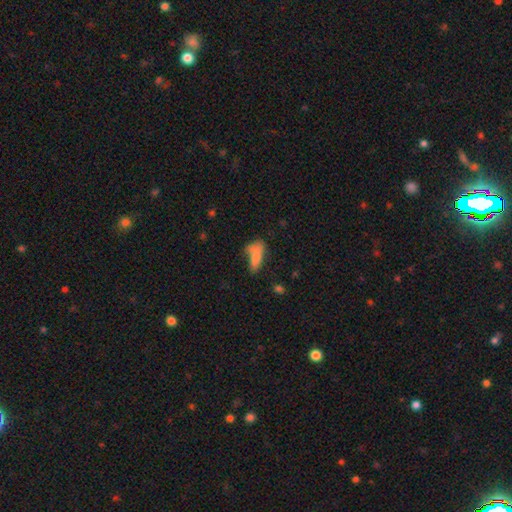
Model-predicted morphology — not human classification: A smooth galaxy with no disk features (77%) that is in between round and cigar-shaped (67%). Merging: none (38%).